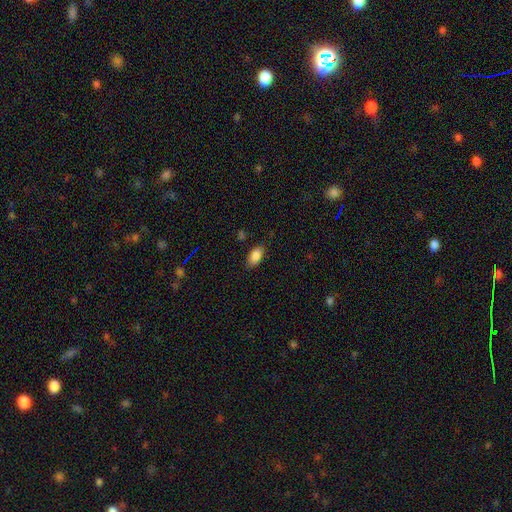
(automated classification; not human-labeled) Overall: smooth (86%). How rounded: in between (91%). Merging: none (81%).